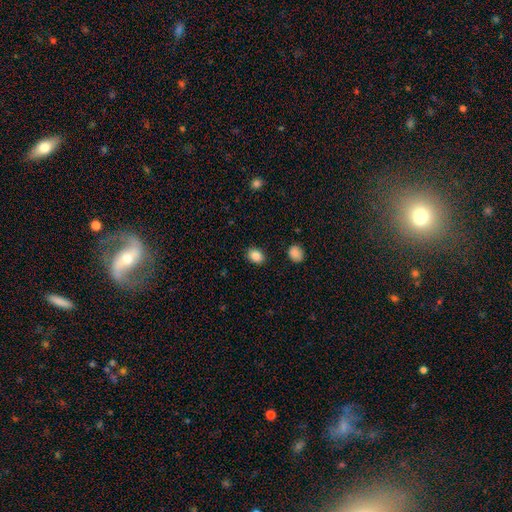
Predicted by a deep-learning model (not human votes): Smooth or featured? smooth (87%)
How rounded? in between (65%)
Merging? none (88%)